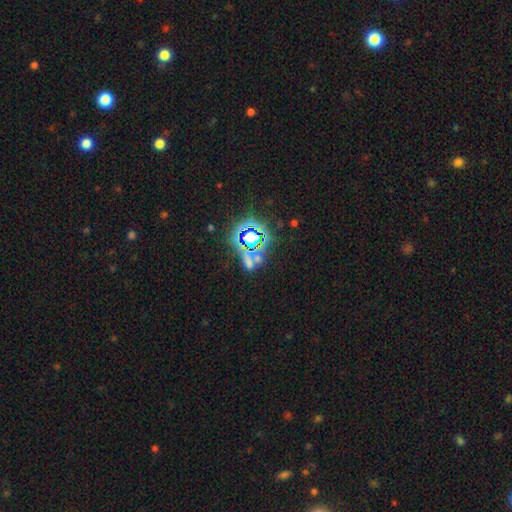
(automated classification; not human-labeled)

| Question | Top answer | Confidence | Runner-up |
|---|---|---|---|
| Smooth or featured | star or artifact | 75% | smooth (16%) |